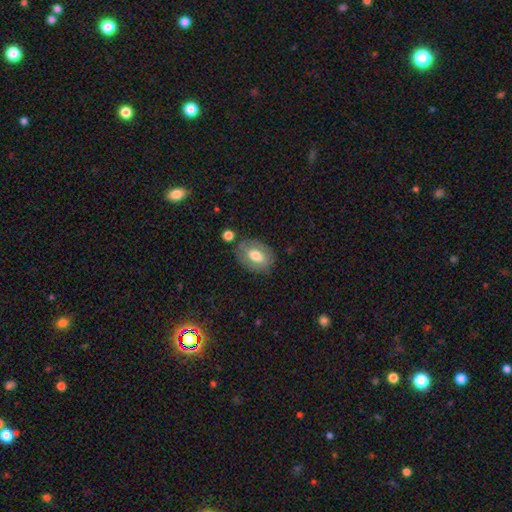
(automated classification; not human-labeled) smooth-or-featured: smooth: 65% | featured or disk: 29% | star or artifact: 7%
  how-rounded: in between: 81% | round: 18% | cigar-shaped: 1%
  merging: none: 75% | minor disturbance: 15% | major disturbance: 5% | merger: 4%